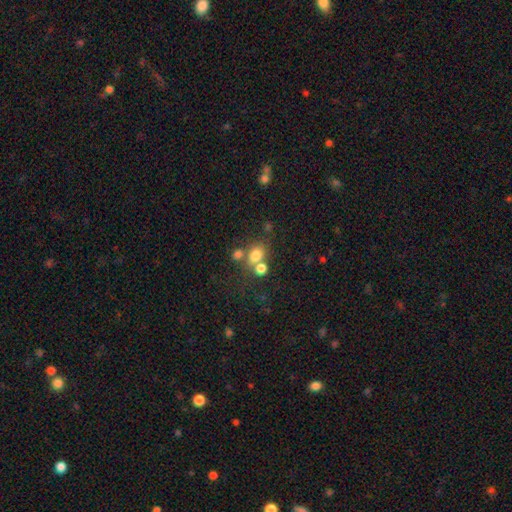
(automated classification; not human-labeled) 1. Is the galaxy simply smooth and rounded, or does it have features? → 75% smooth, 14% star or artifact, 11% featured or disk.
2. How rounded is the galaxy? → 51% round, 48% in between, 1% cigar-shaped.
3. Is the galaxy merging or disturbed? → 47% none, 36% merger, 11% minor disturbance, 6% major disturbance.